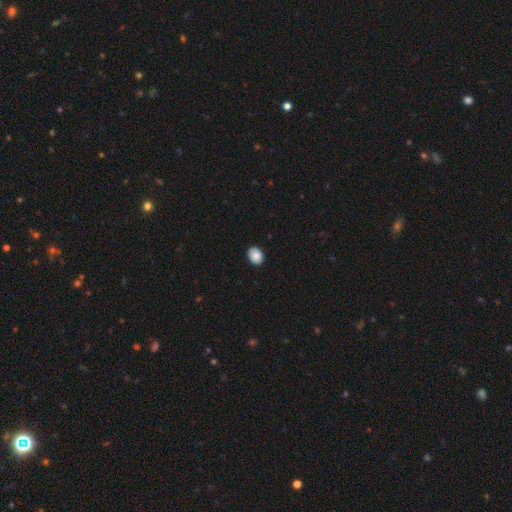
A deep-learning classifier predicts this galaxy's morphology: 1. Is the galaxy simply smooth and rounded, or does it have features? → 88% smooth, 8% star or artifact, 4% featured or disk.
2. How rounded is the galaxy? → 50% in between, 49% round, 1% cigar-shaped.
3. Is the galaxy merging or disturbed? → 89% none, 8% minor disturbance, 2% major disturbance, 1% merger.